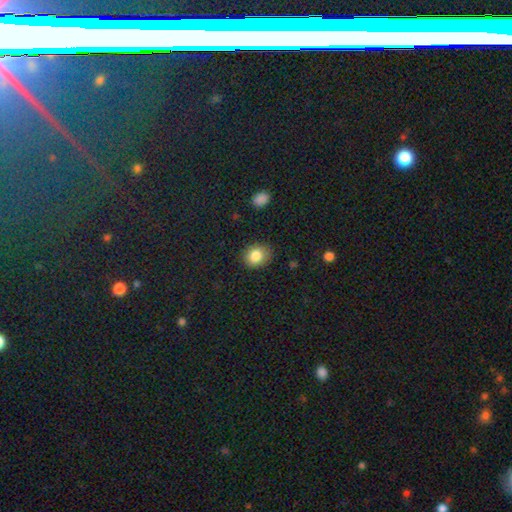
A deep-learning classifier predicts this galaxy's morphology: This appears to be a smooth galaxy with no disk features (84%) that is round (60%). Merging: none (82%).